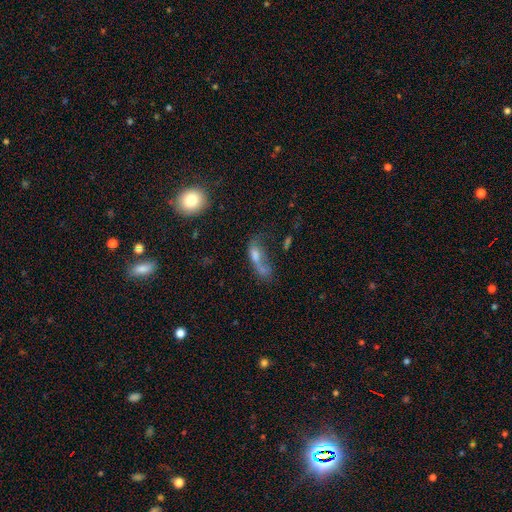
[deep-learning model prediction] A smooth galaxy with no disk features (50%). Merging: merger (30%).